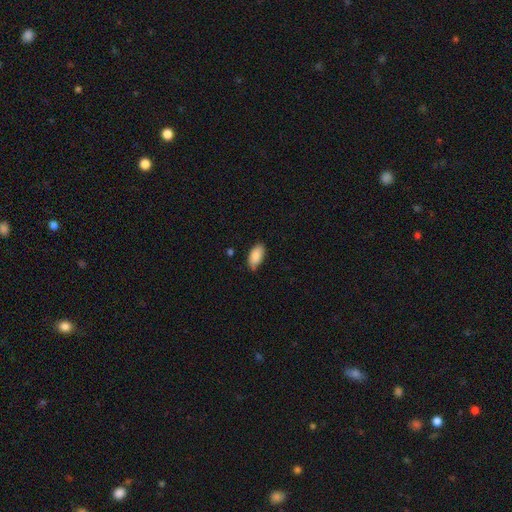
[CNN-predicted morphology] Smooth or featured? smooth (87%)
How rounded? in between (94%)
Merging? none (71%)